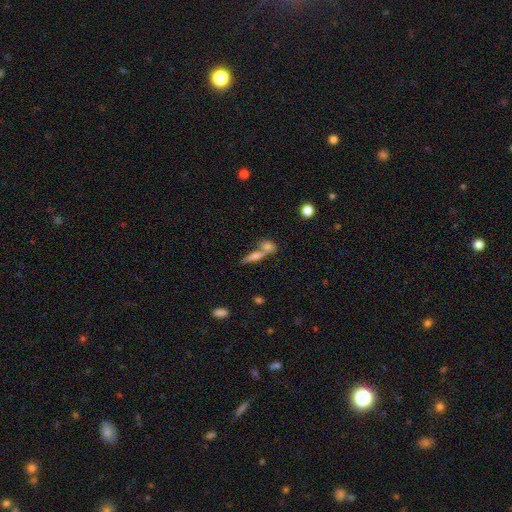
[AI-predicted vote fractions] Smooth or featured?
  - smooth: 49% *
  - featured or disk: 40%
  - star or artifact: 12%
Merging?
  - none: 45% *
  - merger: 43%
  - minor disturbance: 8%
  - major disturbance: 4%